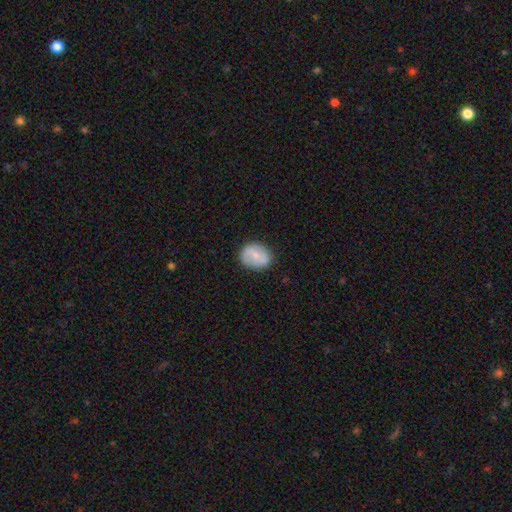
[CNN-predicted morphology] type=smooth (66%); roundness=round (53%); merging=none (80%).